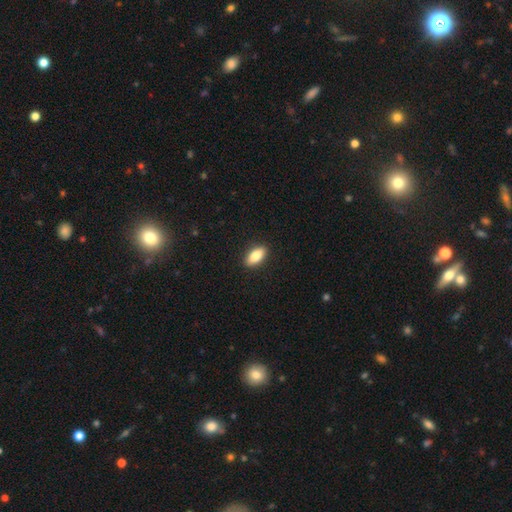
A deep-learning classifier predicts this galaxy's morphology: Overall: smooth (82%). How rounded: in between (87%). Merging: none (90%).